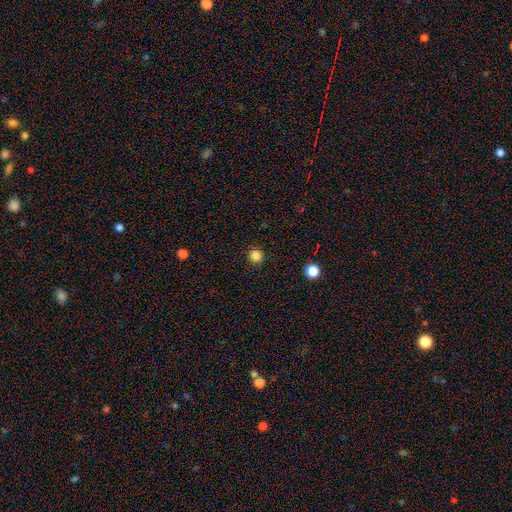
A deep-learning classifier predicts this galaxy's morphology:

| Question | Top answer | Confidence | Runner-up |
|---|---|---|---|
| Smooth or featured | smooth | 84% | star or artifact (13%) |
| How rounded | round | 96% | in between (3%) |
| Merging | none | 92% | minor disturbance (5%) |